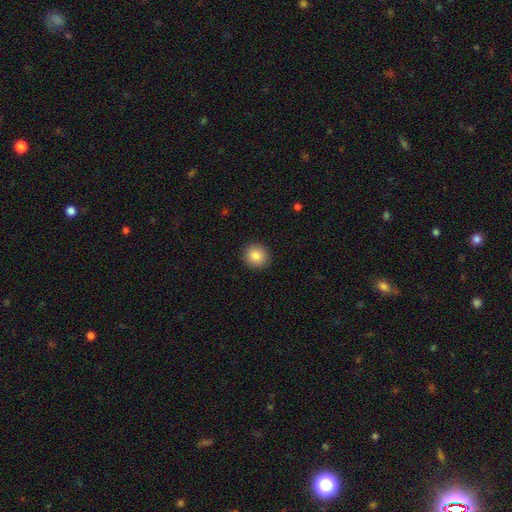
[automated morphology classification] Smooth or featured? smooth (85%)
How rounded? round (91%)
Merging? none (92%)